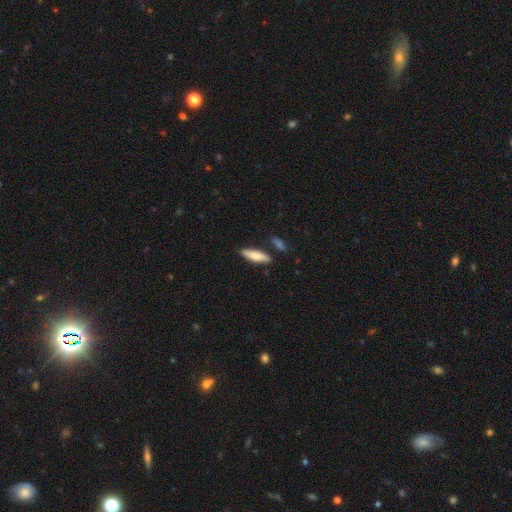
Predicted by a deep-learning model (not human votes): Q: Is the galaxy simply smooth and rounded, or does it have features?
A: smooth — 76%.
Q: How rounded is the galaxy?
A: cigar-shaped — 62%.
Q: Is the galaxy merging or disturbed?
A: none — 81%.